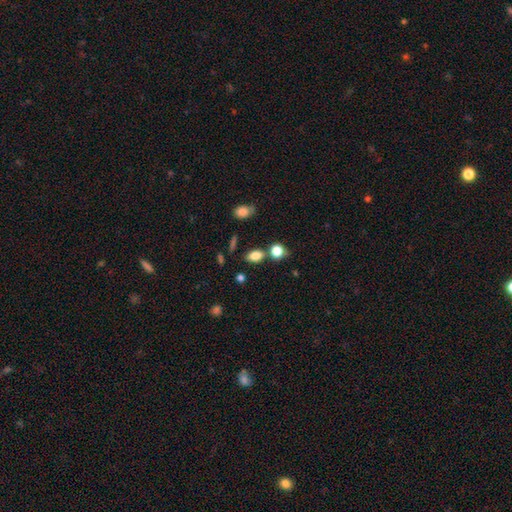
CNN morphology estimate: A smooth galaxy with no disk features (80%) that is in between round and cigar-shaped (76%).

Vote fractions:
- Smooth or featured? smooth: 80% / star or artifact: 11% / featured or disk: 8%
- How rounded? in between: 76% / round: 21% / cigar-shaped: 3%
- Merging? none: 66% / merger: 17% / minor disturbance: 12% / major disturbance: 4%